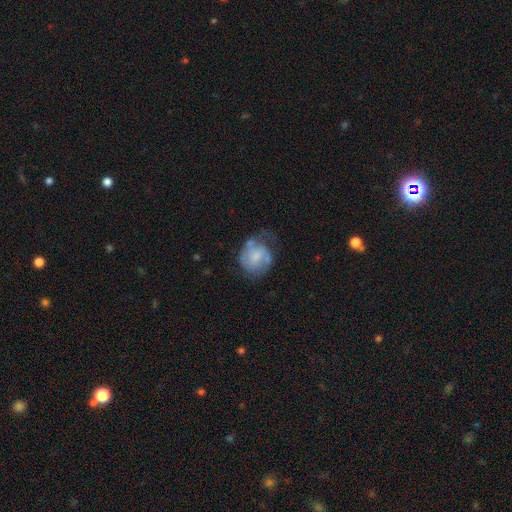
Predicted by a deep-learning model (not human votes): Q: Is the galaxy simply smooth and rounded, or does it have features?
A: featured or disk — 47%.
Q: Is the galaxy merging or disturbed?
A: none — 40%.